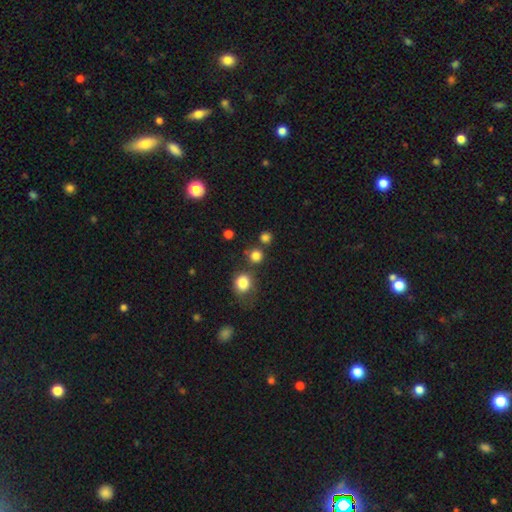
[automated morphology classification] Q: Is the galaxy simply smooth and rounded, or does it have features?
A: smooth — 80%.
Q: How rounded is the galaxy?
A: round — 90%.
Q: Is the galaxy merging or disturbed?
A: none — 74%.